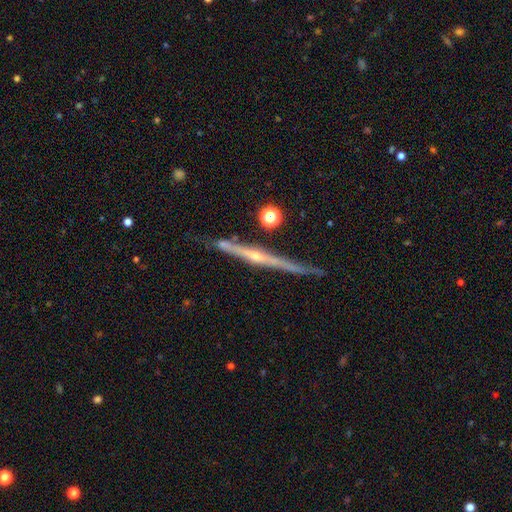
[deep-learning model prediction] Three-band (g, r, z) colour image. It shows a featured or disk galaxy (84%) viewed edge-on (97%) with a rounded central bulge (72%). Merging: none (80%).